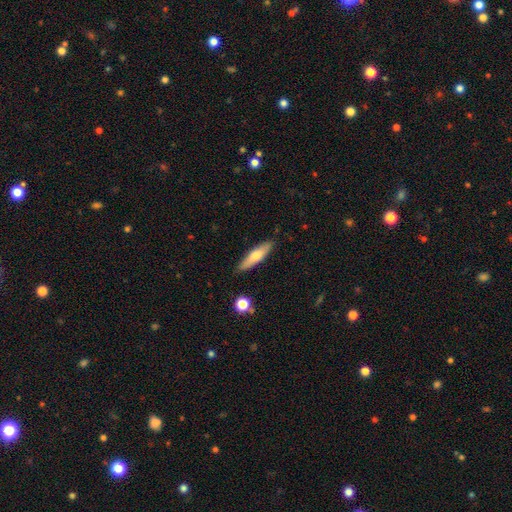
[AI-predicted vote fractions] Overall: smooth (62%; featured or disk 32%). How rounded: cigar-shaped (69%). Merging: none (87%).